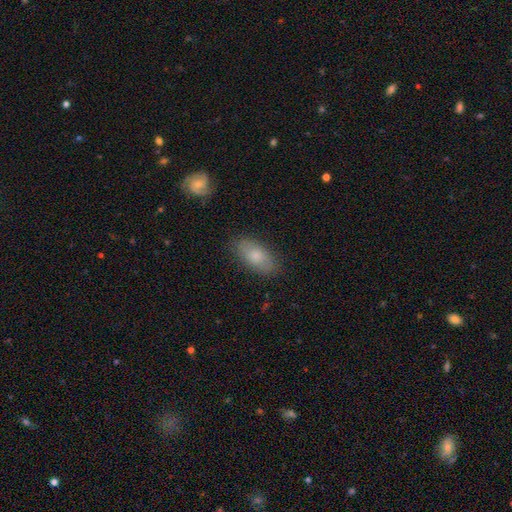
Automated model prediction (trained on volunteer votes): Q: Smooth or featured?
A: smooth (76%); runner-up: featured or disk (18%)
Q: How rounded?
A: in between (91%); runner-up: cigar-shaped (6%)
Q: Merging?
A: none (83%); runner-up: minor disturbance (12%)